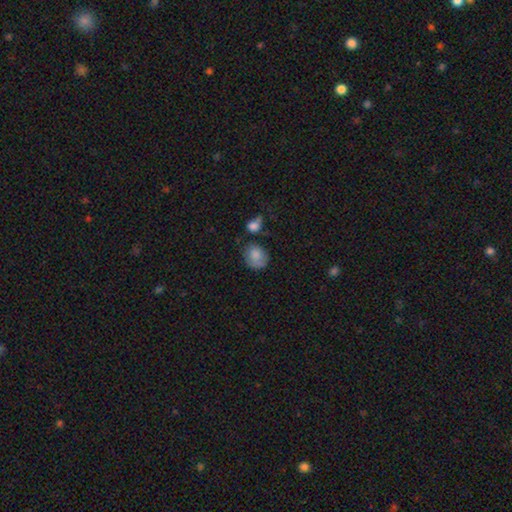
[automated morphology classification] This appears to be a smooth galaxy with no disk features (81%) that is round (57%). Merging: none (52%).